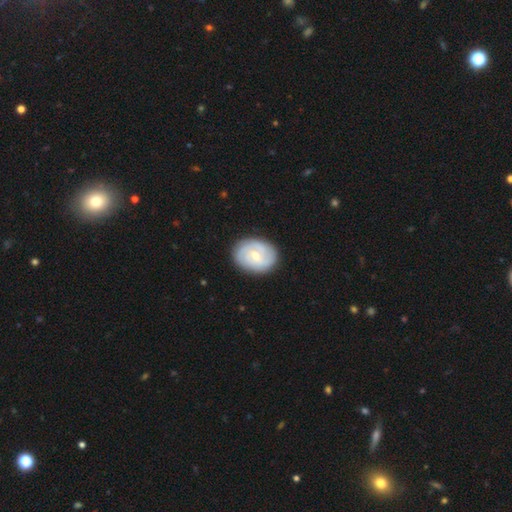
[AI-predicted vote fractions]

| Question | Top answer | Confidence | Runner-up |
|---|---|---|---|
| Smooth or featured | featured or disk | 67% | smooth (27%) |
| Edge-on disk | no | 97% | yes (3%) |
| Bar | no | 54% | weak (39%) |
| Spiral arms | yes | 84% | no (16%) |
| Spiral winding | tight | 62% | medium (29%) |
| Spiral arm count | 2 | 40% | can't tell (30%) |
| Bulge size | moderate | 54% | small (42%) |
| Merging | none | 84% | minor disturbance (11%) |